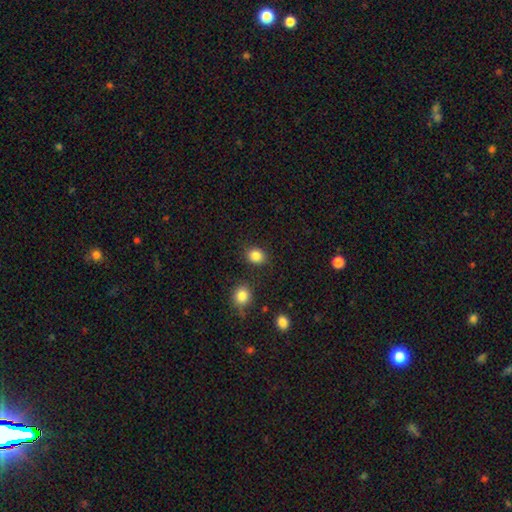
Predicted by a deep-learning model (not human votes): Morphology: type=smooth (85%); roundness=round (64%); merging=none (84%).